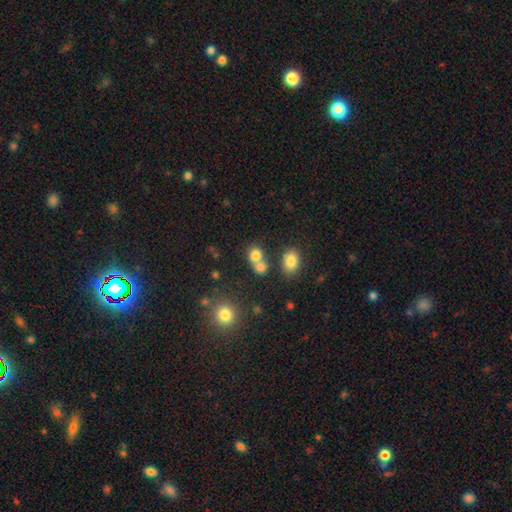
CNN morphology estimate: Smooth or featured: smooth — 78% (star or artifact — 13%)
How rounded: round — 71% (in between — 28%)
Merging: merger — 46% (none — 43%)